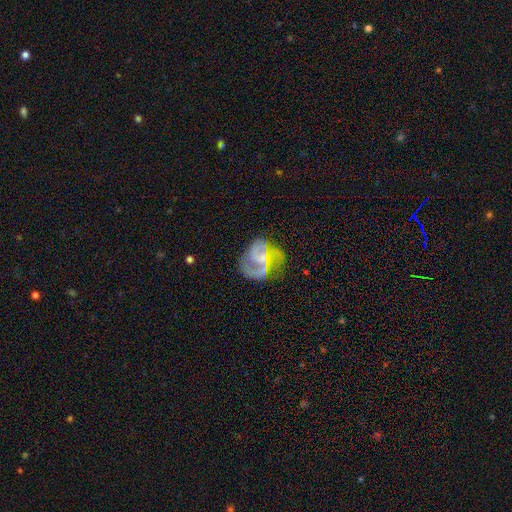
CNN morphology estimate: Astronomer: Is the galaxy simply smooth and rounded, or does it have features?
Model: featured or disk — 75%.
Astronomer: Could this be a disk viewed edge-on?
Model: no — 98%.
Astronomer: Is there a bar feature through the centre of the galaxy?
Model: no — 49% (runner-up: weak, 41%).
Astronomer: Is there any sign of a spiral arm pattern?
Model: yes — 83%.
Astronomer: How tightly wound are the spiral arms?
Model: medium — 47% (runner-up: loose, 34%).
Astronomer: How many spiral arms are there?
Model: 2 — 53%.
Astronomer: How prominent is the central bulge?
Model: small — 54%.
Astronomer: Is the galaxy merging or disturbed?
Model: none — 40% (runner-up: major disturbance, 29%).